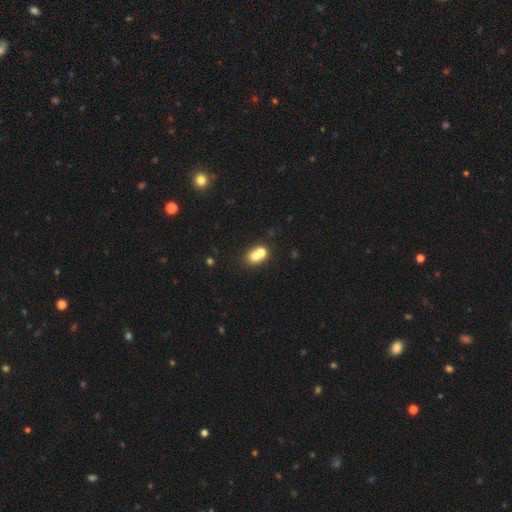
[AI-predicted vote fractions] Smooth or featured? smooth (67%)
How rounded? round (64%)
Merging? merger (54%)